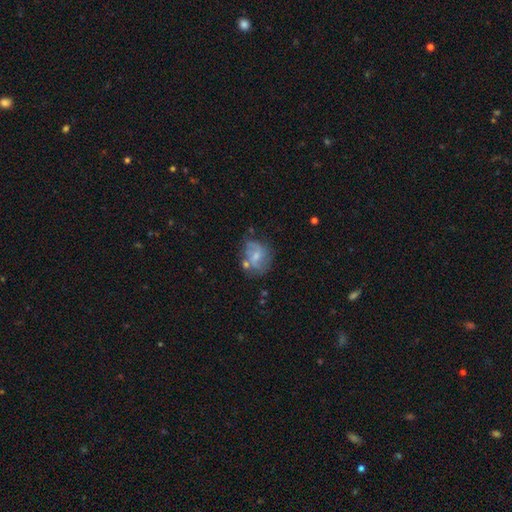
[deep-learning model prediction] Smooth or featured?
  - featured or disk: 47% *
  - smooth: 44%
  - star or artifact: 9%
Merging?
  - none: 48% *
  - minor disturbance: 25%
  - major disturbance: 13%
  - merger: 13%